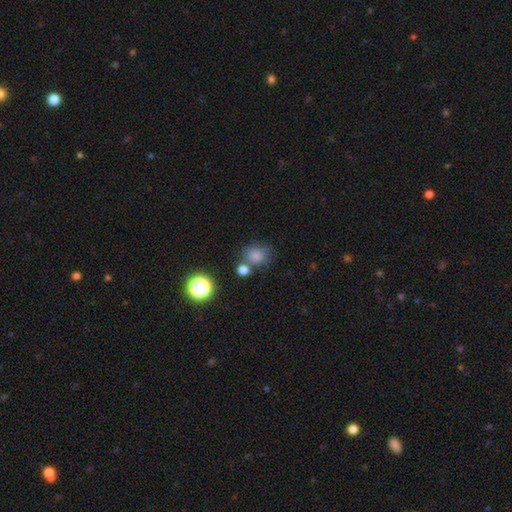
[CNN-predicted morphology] Smooth or featured? smooth (79%)
How rounded? round (70%)
Merging? none (58%)